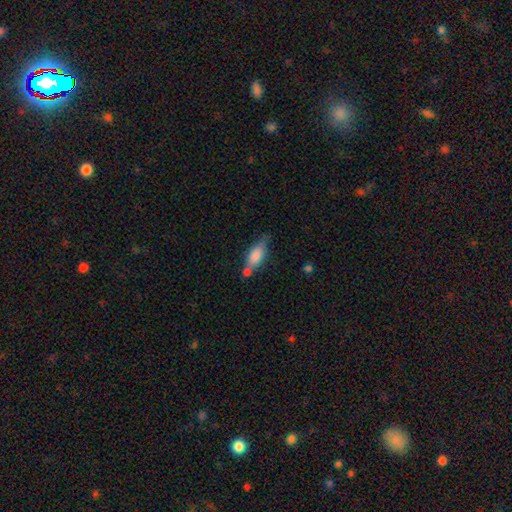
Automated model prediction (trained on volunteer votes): Smooth or featured?
  - smooth: 71% *
  - featured or disk: 22%
  - star or artifact: 7%
How rounded?
  - in between: 68% *
  - cigar-shaped: 29%
  - round: 3%
Merging?
  - none: 44% *
  - merger: 27%
  - minor disturbance: 22%
  - major disturbance: 7%